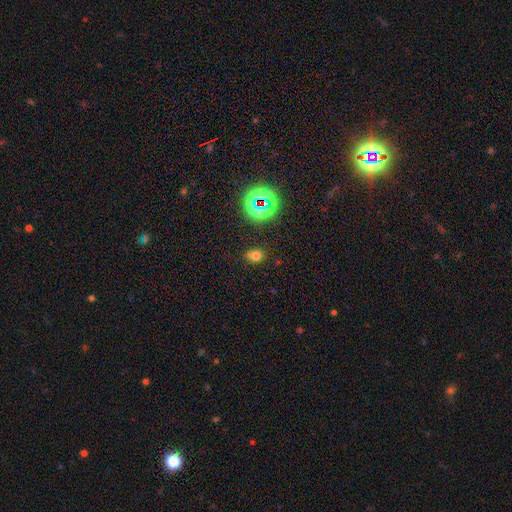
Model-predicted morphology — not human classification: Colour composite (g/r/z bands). It shows a smooth galaxy with no disk features (63%) that is round (70%). Merging: none (60%).